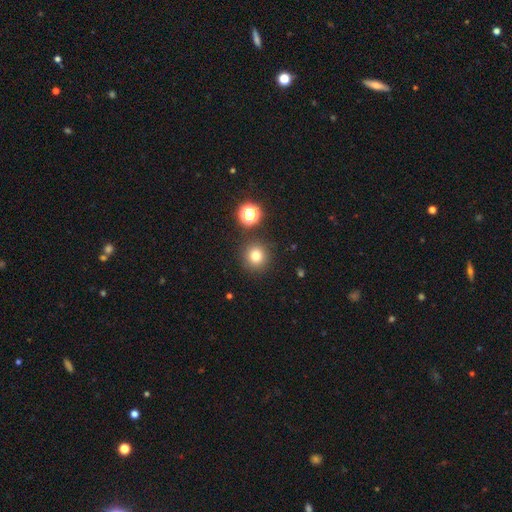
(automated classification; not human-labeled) smooth-or-featured: smooth: 77% | star or artifact: 16% | featured or disk: 7%
  how-rounded: round: 93% | in between: 6% | cigar-shaped: 1%
  merging: none: 87% | minor disturbance: 7% | merger: 4% | major disturbance: 3%